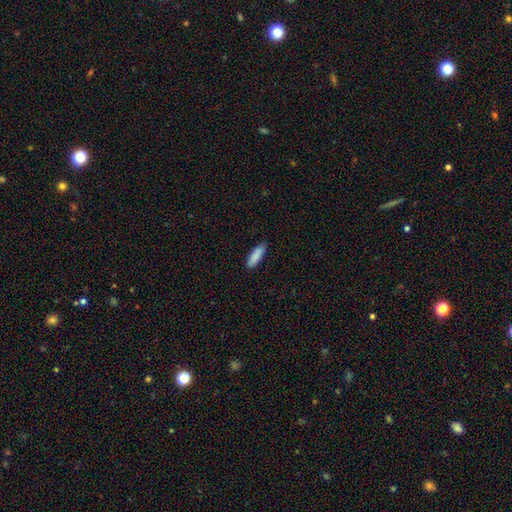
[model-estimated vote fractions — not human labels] Overall: smooth (87%). How rounded: in between (52%; cigar-shaped 47%). Merging: none (78%).